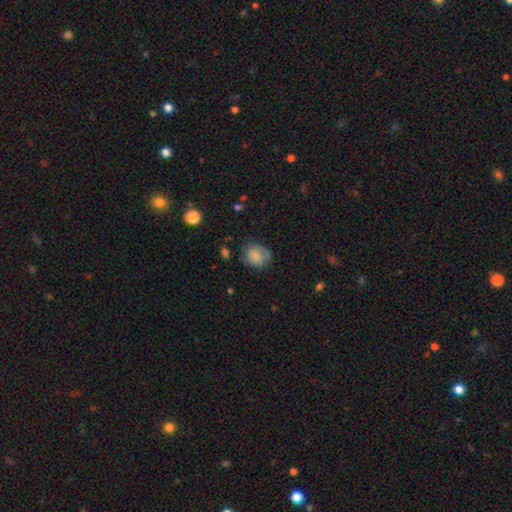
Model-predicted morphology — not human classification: Smooth or featured? Predicted: smooth (p=0.73). How rounded? Predicted: round (p=0.64). Merging? Predicted: none (p=0.63).